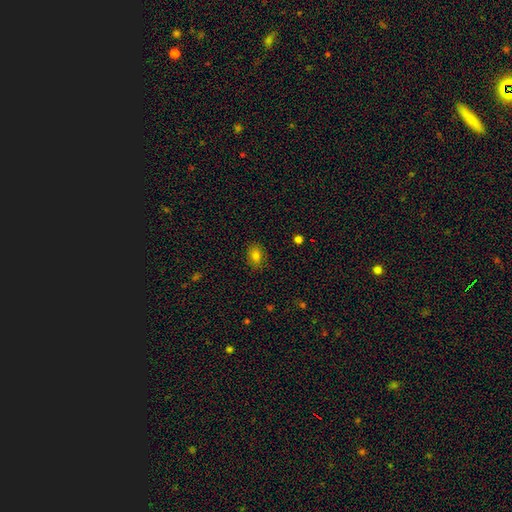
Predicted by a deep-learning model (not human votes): smooth 81%, star or artifact 11%, featured or disk 8%. Down the decision tree: how rounded — in between (68%); merging — none (85%).